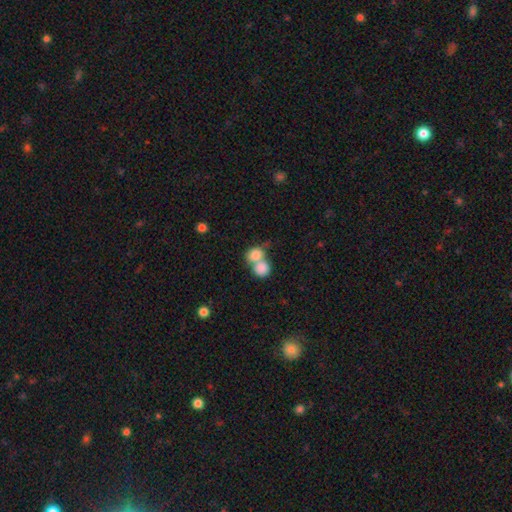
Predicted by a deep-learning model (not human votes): Smooth or featured? smooth (82%)
How rounded? round (64%)
Merging? merger (67%)